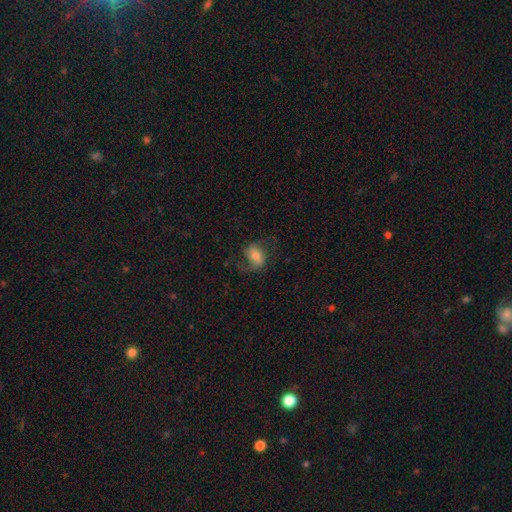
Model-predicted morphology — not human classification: A featured or disk galaxy (51%). Merging: none (61%).